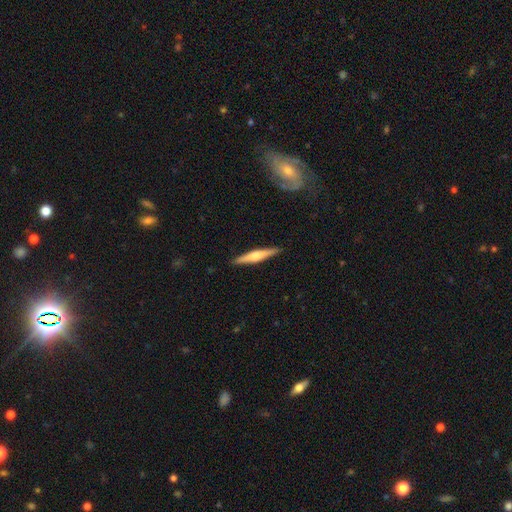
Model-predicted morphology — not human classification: smooth_or_featured: featured or disk (p=0.57) [alt: smooth p=0.38]
disk_edge_on: yes (p=0.97) [alt: no p=0.03]
edge_on_bulge: rounded (p=0.81) [alt: boxy p=0.10]
merging: none (p=0.91) [alt: minor disturbance p=0.06]